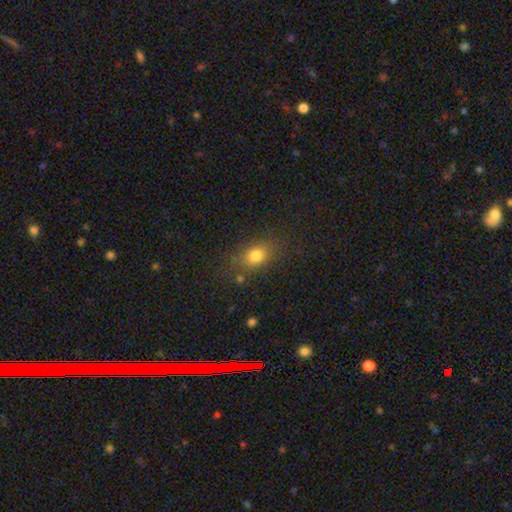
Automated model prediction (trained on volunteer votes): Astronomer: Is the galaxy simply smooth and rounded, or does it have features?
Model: smooth — 78%.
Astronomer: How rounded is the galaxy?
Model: in between — 63%.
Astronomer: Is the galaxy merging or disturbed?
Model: none — 75%.